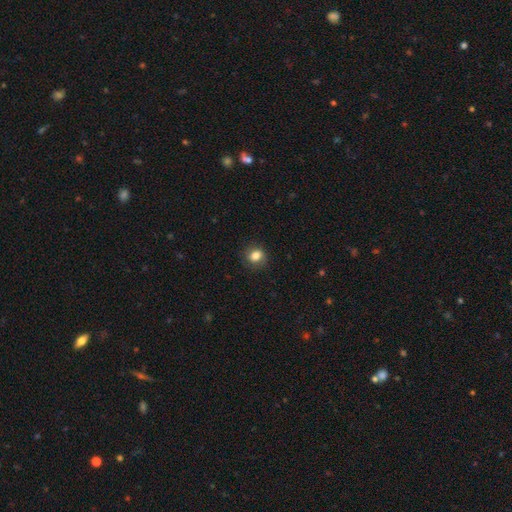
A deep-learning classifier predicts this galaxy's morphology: A smooth galaxy with no disk features (82%) that is round (66%).

Vote fractions:
- Smooth or featured? smooth: 82% / star or artifact: 10% / featured or disk: 8%
- How rounded? round: 66% / in between: 33% / cigar-shaped: 1%
- Merging? none: 81% / minor disturbance: 14% / major disturbance: 4% / merger: 1%